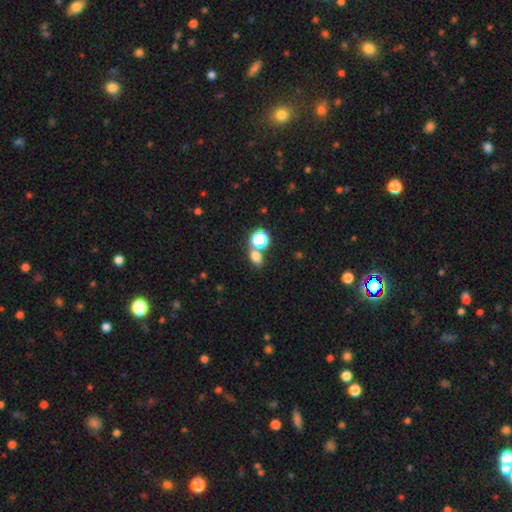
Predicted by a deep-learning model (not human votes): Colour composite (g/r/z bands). It shows a smooth galaxy with no disk features (71%) that is in between round and cigar-shaped (61%). Merging: none (64%).